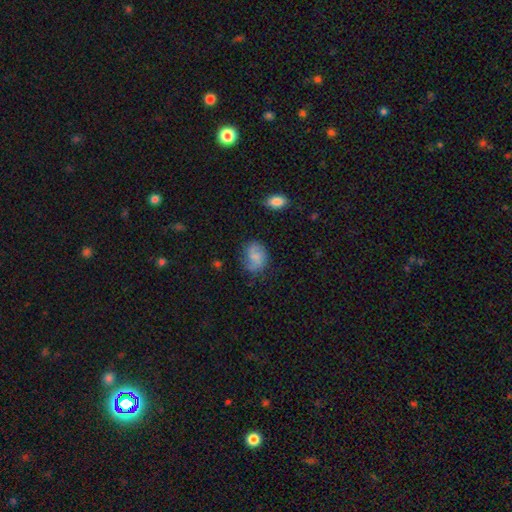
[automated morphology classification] type=smooth (60%); roundness=in between (62%); merging=none (63%).